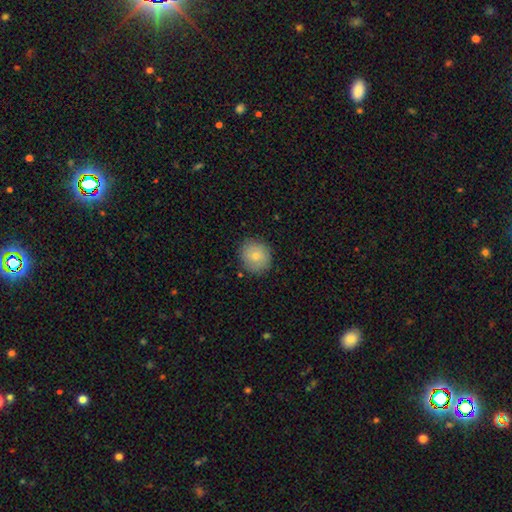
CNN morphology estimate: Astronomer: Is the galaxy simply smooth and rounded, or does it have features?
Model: smooth — 78%.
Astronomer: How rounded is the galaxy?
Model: round — 86%.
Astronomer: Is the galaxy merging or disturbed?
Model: none — 85%.